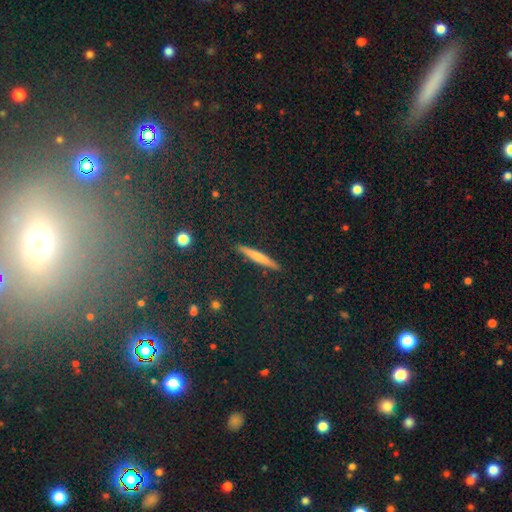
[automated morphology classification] The model was most divided on "smooth or featured": featured or disk: 42%, smooth: 36%, star or artifact: 22%. More confident: merging — none (89%).